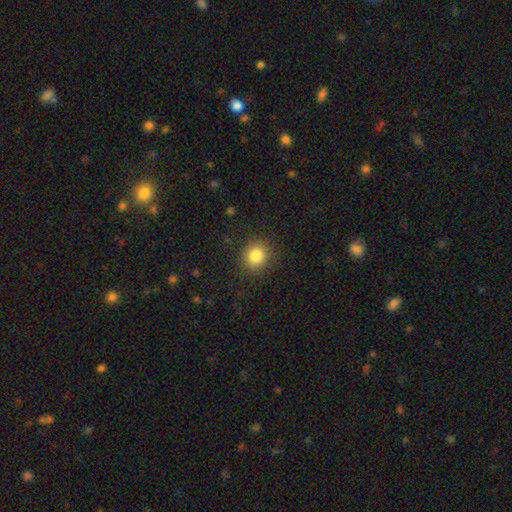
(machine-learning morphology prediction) Overall: smooth (84%). How rounded: round (85%). Merging: none (88%).